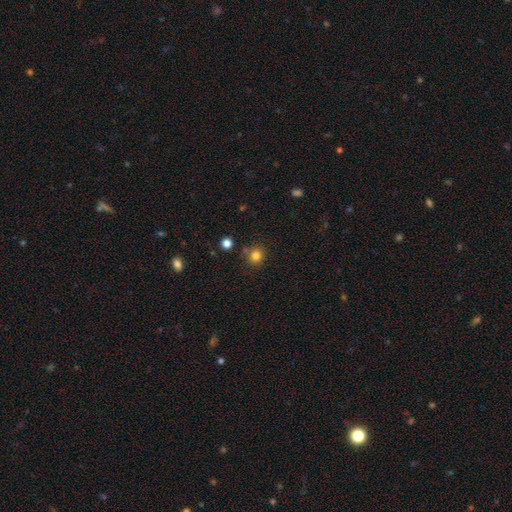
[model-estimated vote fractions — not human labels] smooth-or-featured: smooth: 81% | star or artifact: 13% | featured or disk: 6%
  how-rounded: round: 88% | in between: 11% | cigar-shaped: 1%
  merging: none: 78% | minor disturbance: 10% | merger: 9% | major disturbance: 3%